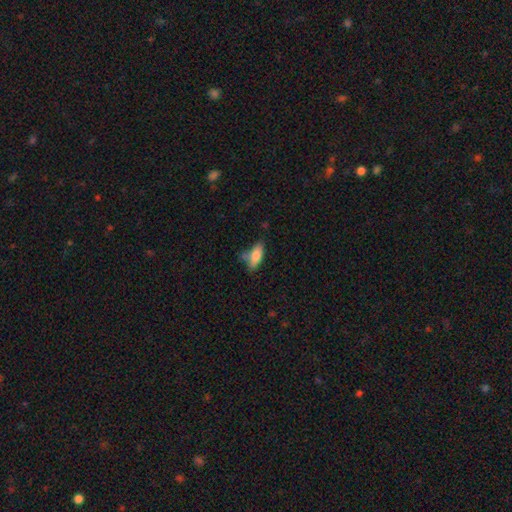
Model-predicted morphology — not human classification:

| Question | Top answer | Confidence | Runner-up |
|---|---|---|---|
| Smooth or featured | smooth | 79% | featured or disk (13%) |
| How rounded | in between | 73% | cigar-shaped (24%) |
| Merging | none | 59% | minor disturbance (24%) |